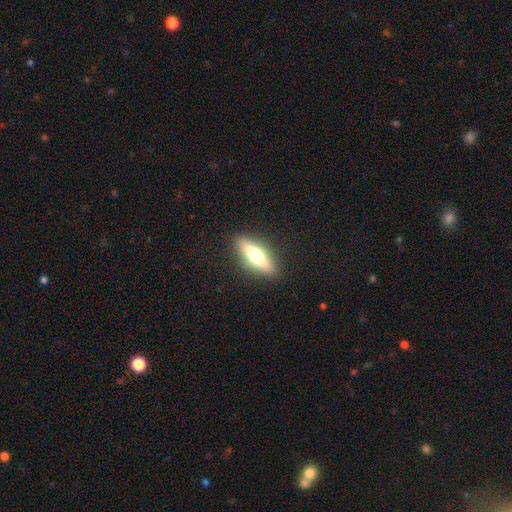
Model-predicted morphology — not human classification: Smooth or featured? Predicted: smooth (p=0.52). How rounded? Predicted: in between (p=0.49). Merging? Predicted: none (p=0.88).